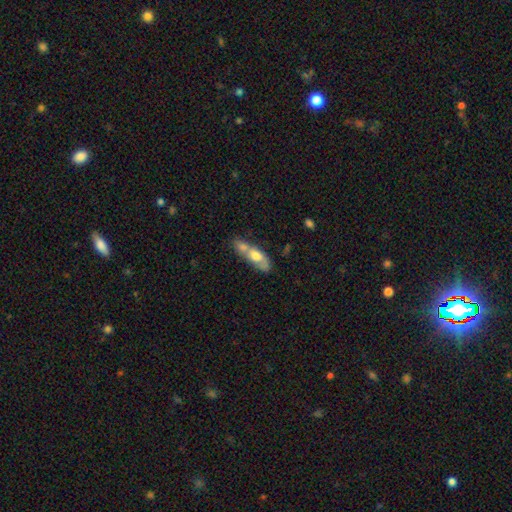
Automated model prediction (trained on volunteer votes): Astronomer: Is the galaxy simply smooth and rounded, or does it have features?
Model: smooth — 60%.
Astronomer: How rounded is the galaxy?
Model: in between — 60%.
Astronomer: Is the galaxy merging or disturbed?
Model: merger — 56%.